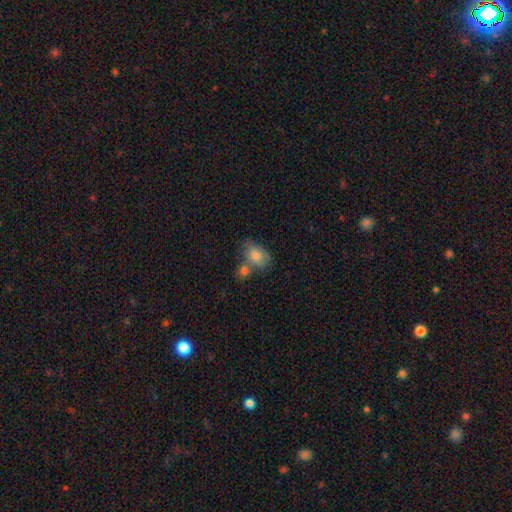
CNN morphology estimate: type=smooth (76%); roundness=in between (68%); merging=none (42%).